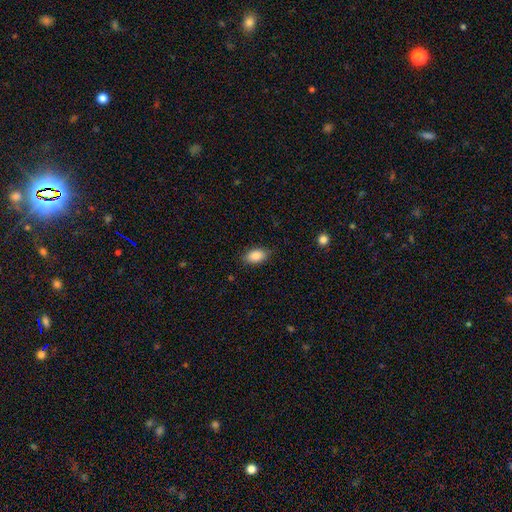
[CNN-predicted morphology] Smooth or featured: smooth — 87% (star or artifact — 7%)
How rounded: in between — 90% (round — 7%)
Merging: none — 82% (minor disturbance — 14%)